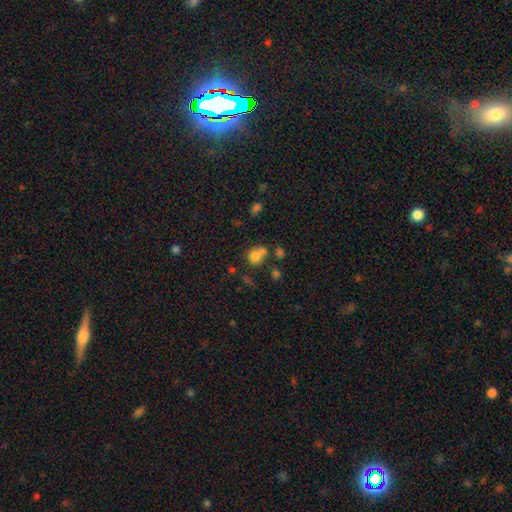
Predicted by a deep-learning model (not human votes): The model was most divided on "merging": none: 40%, merger: 38%, minor disturbance: 14%, major disturbance: 8%. More confident: smooth or featured — smooth (76%); how rounded — round (68%).